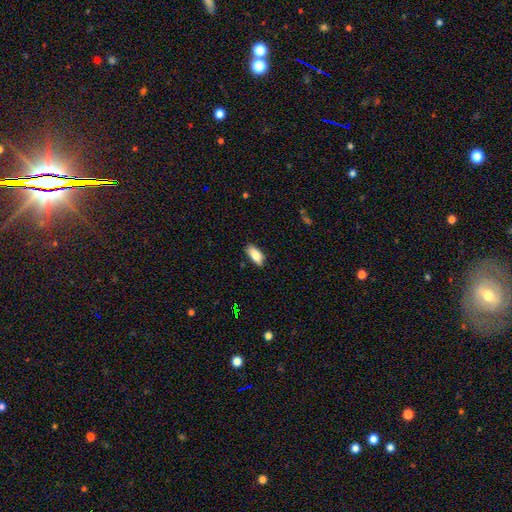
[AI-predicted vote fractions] The model was most divided on "merging": none: 81%, minor disturbance: 15%, major disturbance: 2%, merger: 1%. More confident: smooth or featured — smooth (85%); how rounded — in between (85%).